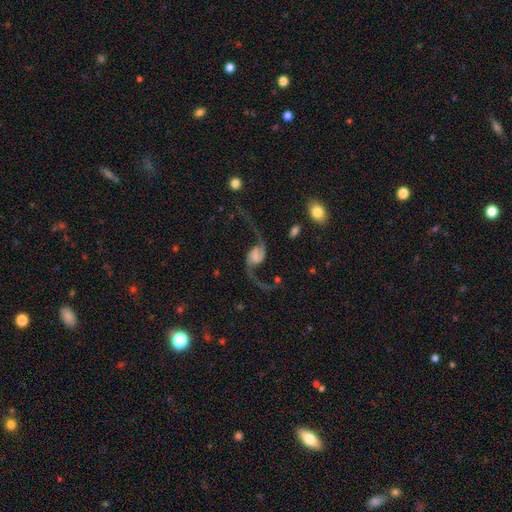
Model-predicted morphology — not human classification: Smooth or featured: featured or disk — 89% (smooth — 6%)
Edge-on disk: no — 97% (yes — 3%)
Bar: weak — 43% (no — 37%)
Spiral arms: yes — 97% (no — 3%)
Spiral winding: loose — 92% (medium — 6%)
Spiral arm count: 2 — 94% (1 — 2%)
Bulge size: none — 33% (small — 24%)
Merging: none — 63% (major disturbance — 19%)